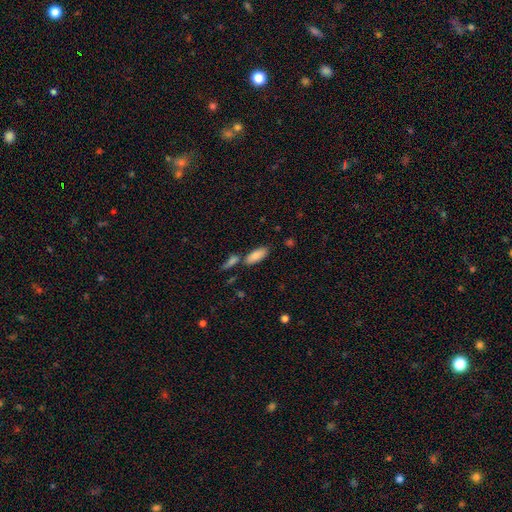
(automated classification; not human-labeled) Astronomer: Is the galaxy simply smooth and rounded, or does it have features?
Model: smooth — 85%.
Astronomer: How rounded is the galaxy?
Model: in between — 82%.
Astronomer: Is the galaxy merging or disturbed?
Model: none — 66%.